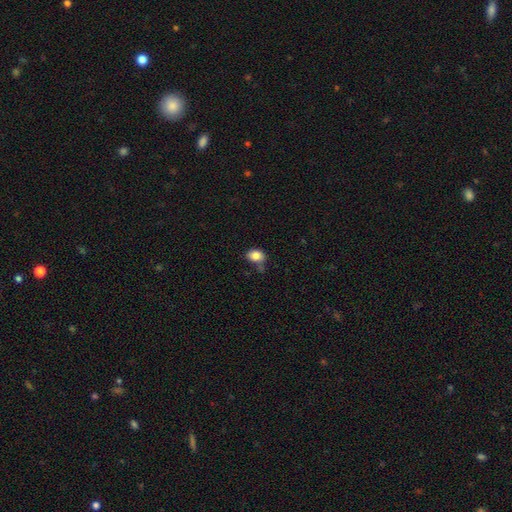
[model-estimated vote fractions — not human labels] Smooth or featured: smooth — 85% (star or artifact — 9%)
How rounded: in between — 66% (round — 33%)
Merging: none — 62% (minor disturbance — 23%)